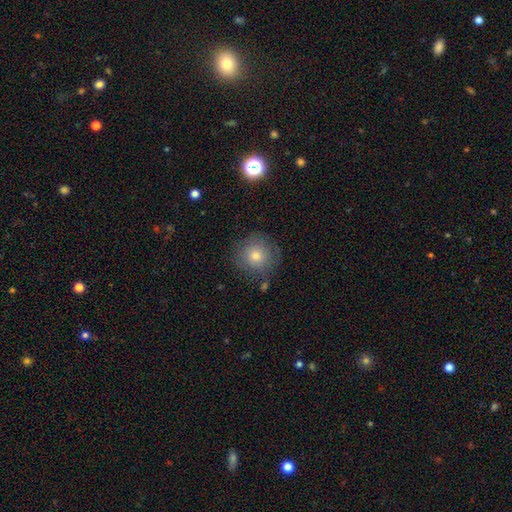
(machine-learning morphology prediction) smooth_or_featured: smooth (p=0.63) [alt: featured or disk p=0.21]
how_rounded: round (p=0.95) [alt: in between p=0.04]
merging: none (p=0.81) [alt: minor disturbance p=0.12]